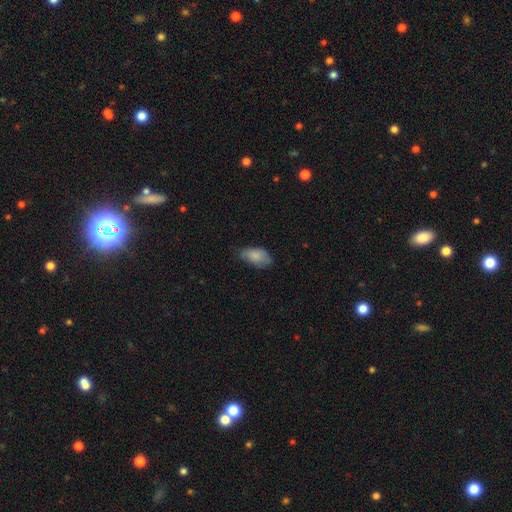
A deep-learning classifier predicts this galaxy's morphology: Smooth or featured: smooth — 81% (featured or disk — 13%)
How rounded: in between — 93% (round — 4%)
Merging: none — 54% (minor disturbance — 36%)